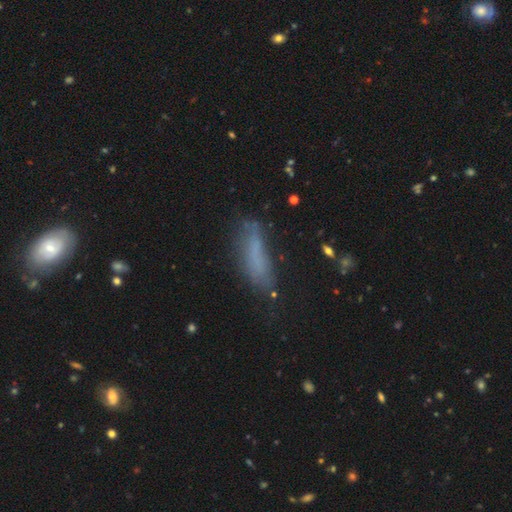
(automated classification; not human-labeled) Smooth or featured: smooth — 65% (featured or disk — 21%)
How rounded: cigar-shaped — 56% (in between — 42%)
Merging: none — 57% (minor disturbance — 26%)